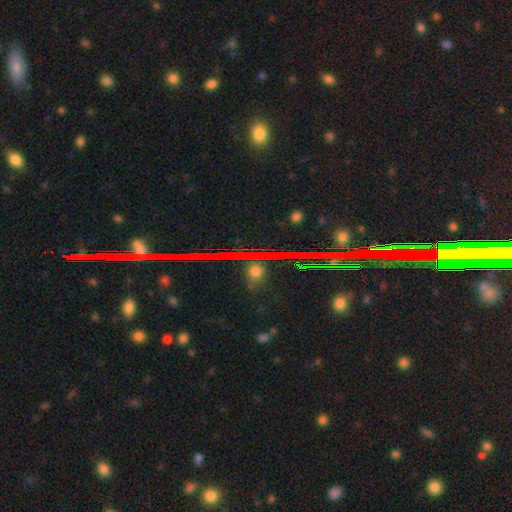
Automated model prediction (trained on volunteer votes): A star or artifact, not a galaxy (81%).

Vote fractions:
- Smooth or featured? star or artifact: 81% / smooth: 10% / featured or disk: 9%